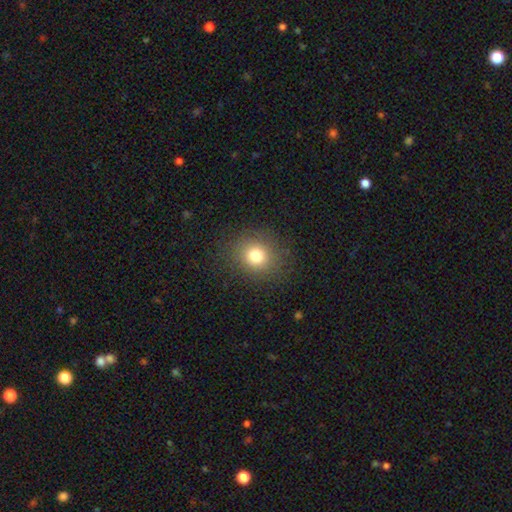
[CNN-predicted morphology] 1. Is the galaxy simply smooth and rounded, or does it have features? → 77% smooth, 14% star or artifact, 9% featured or disk.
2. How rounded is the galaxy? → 82% round, 17% in between, 1% cigar-shaped.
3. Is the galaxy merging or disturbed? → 87% none, 8% minor disturbance, 4% major disturbance, 1% merger.